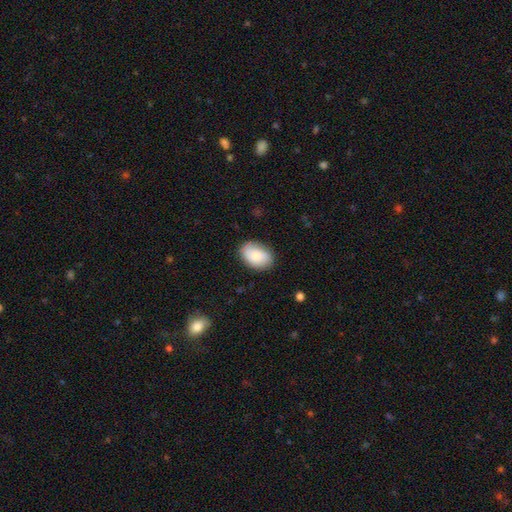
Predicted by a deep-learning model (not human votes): A smooth galaxy with no disk features (80%) that is in between round and cigar-shaped (86%). Merging: none (83%).